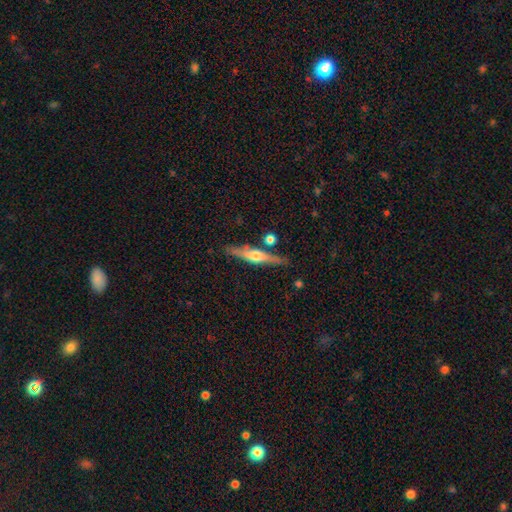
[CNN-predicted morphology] type=featured or disk (65%); edge-on=yes (96%); edge-on bulge=rounded (88%); merging=none (81%).